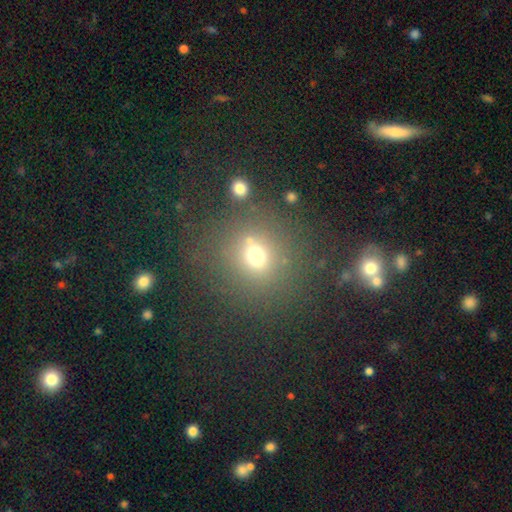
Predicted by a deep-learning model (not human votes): Smooth or featured? smooth (68%)
How rounded? round (80%)
Merging? none (75%)